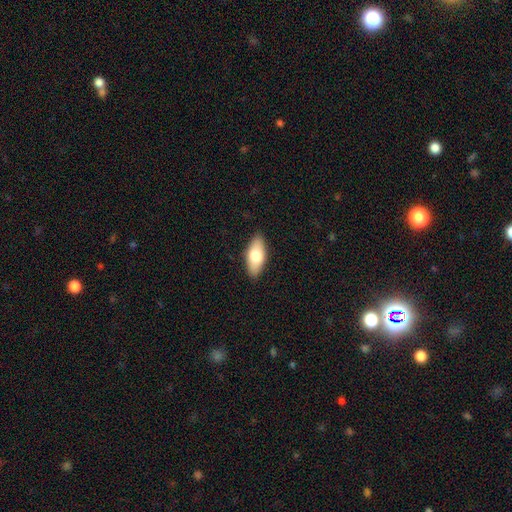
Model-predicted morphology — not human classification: This appears to be a smooth galaxy with no disk features (74%) that is in between round and cigar-shaped (86%). Merging: none (87%).